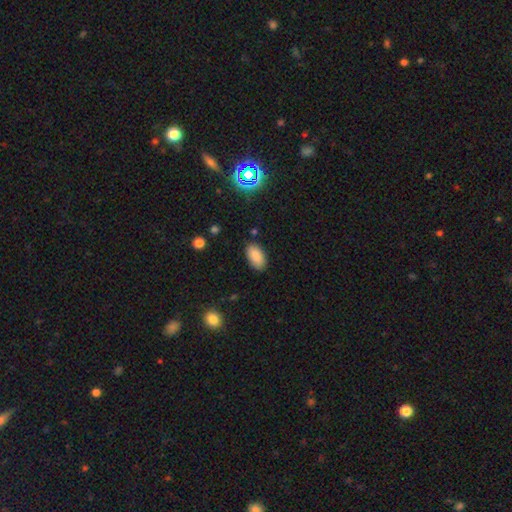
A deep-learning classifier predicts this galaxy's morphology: smooth 87%, star or artifact 9%, featured or disk 4%. Down the decision tree: how rounded — in between (95%); merging — none (86%).